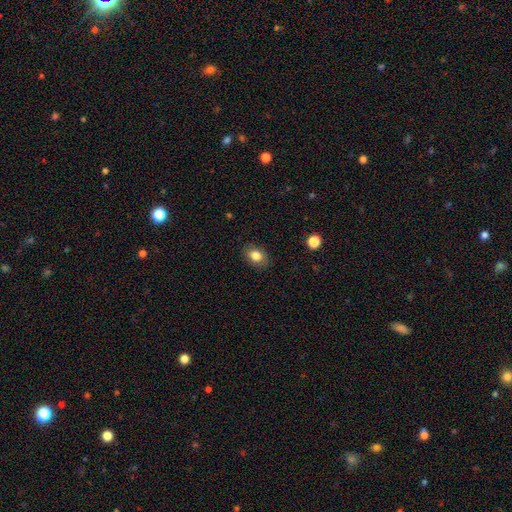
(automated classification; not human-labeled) Q: Smooth or featured?
A: smooth (81%); runner-up: featured or disk (10%)
Q: How rounded?
A: in between (72%); runner-up: round (27%)
Q: Merging?
A: none (86%); runner-up: minor disturbance (11%)